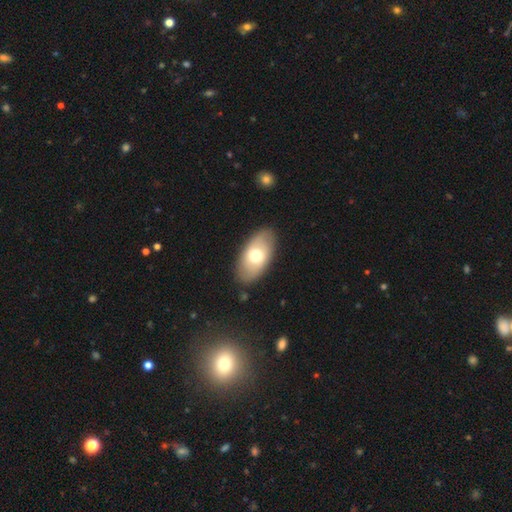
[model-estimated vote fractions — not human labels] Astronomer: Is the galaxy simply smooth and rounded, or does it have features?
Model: smooth — 65%.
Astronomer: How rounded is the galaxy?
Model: in between — 93%.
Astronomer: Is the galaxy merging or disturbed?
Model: none — 85%.